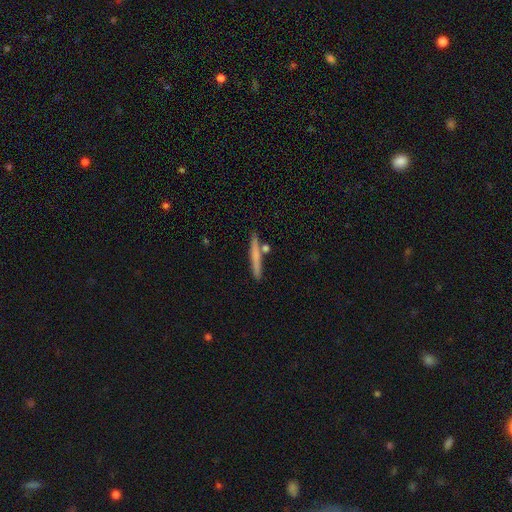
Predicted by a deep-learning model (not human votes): The model was most divided on "smooth or featured": smooth: 62%, featured or disk: 32%, star or artifact: 6%. More confident: how rounded — cigar-shaped (95%); merging — none (83%).